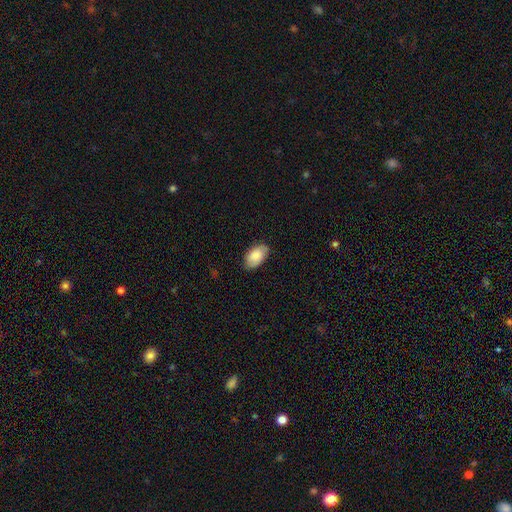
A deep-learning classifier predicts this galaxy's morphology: Smooth or featured? Predicted: smooth (p=0.78). How rounded? Predicted: in between (p=0.94). Merging? Predicted: none (p=0.80).